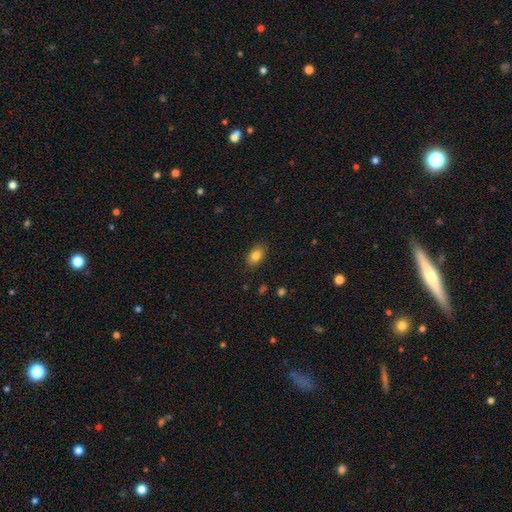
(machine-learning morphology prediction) smooth-or-featured: smooth: 84% | star or artifact: 9% | featured or disk: 7%
  how-rounded: in between: 87% | round: 11% | cigar-shaped: 2%
  merging: none: 87% | minor disturbance: 10% | major disturbance: 2% | merger: 1%